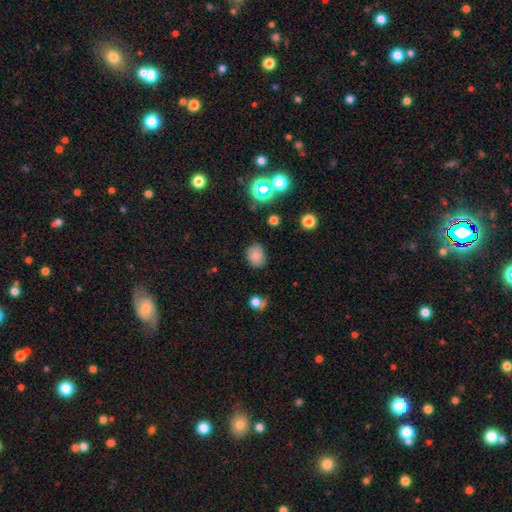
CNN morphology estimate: A smooth galaxy with no disk features (79%) that is in between round and cigar-shaped (51%). Merging: none (78%).